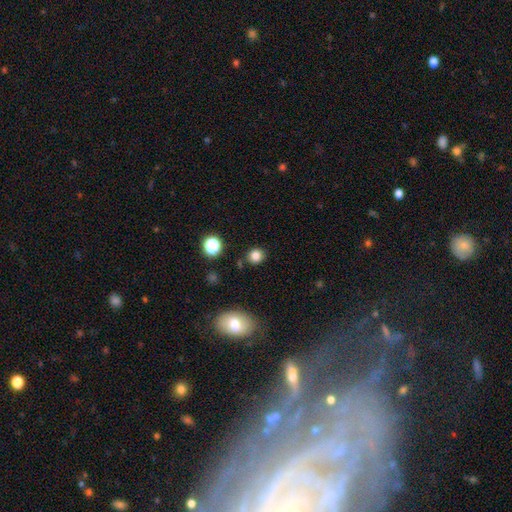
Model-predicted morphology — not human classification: smooth 81%, star or artifact 14%, featured or disk 5%. Down the decision tree: how rounded — round (82%); merging — none (85%).